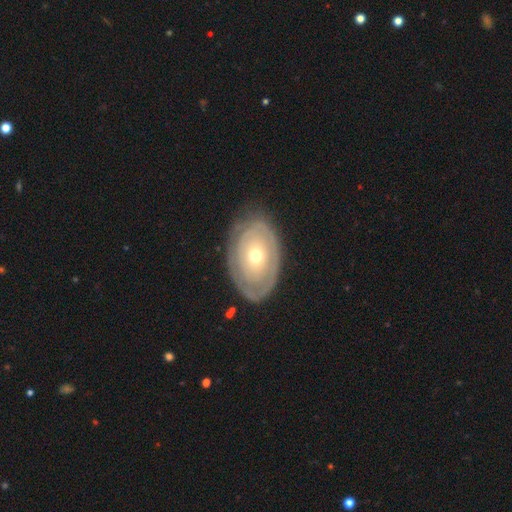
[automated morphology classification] A featured or disk galaxy (63%) with no bar (89%), no spiral arms (56%) and a moderate central bulge (57%).

Vote fractions:
- Smooth or featured? featured or disk: 63% / smooth: 32% / star or artifact: 5%
- Edge-on disk? no: 92% / yes: 8%
- Bar? no: 89% / weak: 8% / strong: 3%
- Spiral arms? no: 56% / yes: 44%
- Bulge size? moderate: 57% / small: 37% / large: 4% / dominant: 1% / none: 1%
- Merging? none: 75% / minor disturbance: 17% / major disturbance: 6% / merger: 1%